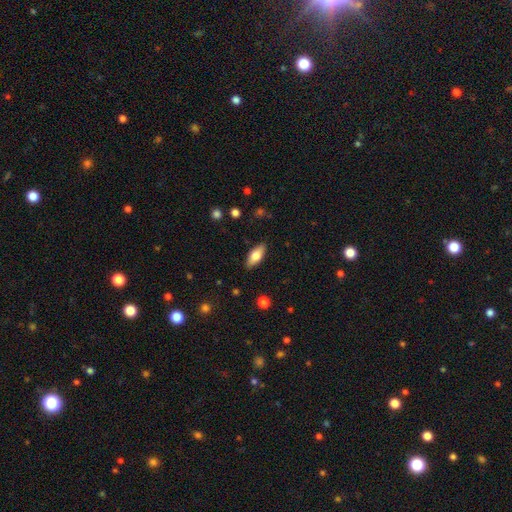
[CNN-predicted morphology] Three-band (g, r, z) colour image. It shows a smooth galaxy with no disk features (71%) that is in between round and cigar-shaped (80%). Merging: none (88%).